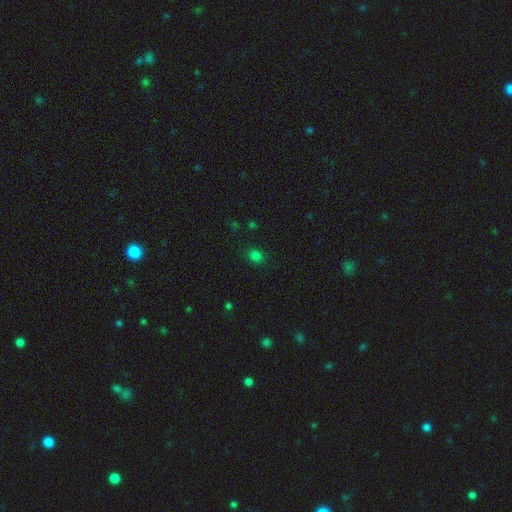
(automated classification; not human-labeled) The model was most divided on "how rounded": round: 62%, in between: 37%, cigar-shaped: 1%. More confident: merging — none (84%); smooth or featured — smooth (77%).